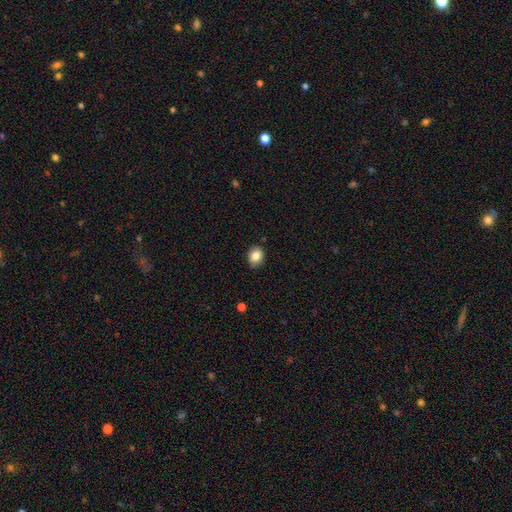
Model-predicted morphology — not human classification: Smooth or featured: smooth — 84% (star or artifact — 9%)
How rounded: in between — 53% (round — 46%)
Merging: none — 85% (minor disturbance — 12%)